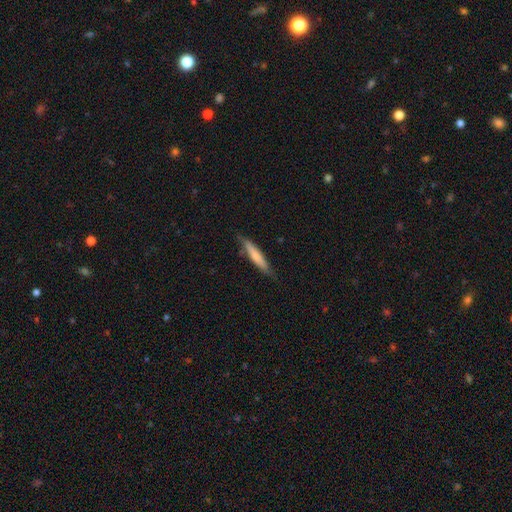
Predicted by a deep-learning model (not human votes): A smooth galaxy with no disk features (63%) that is cigar-shaped (91%). Merging: none (77%).